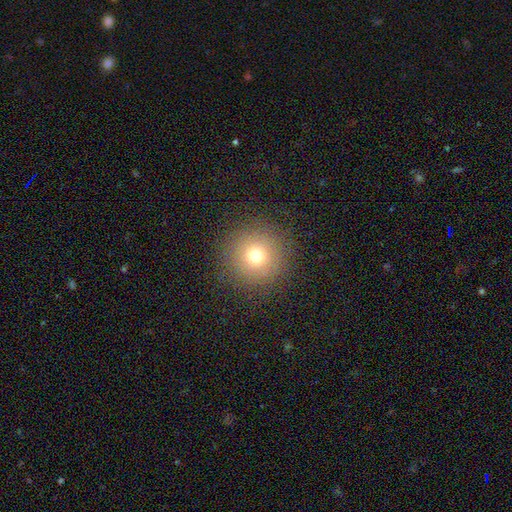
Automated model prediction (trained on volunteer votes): This appears to be a smooth galaxy with no disk features (72%) that is round (96%). Merging: none (89%).